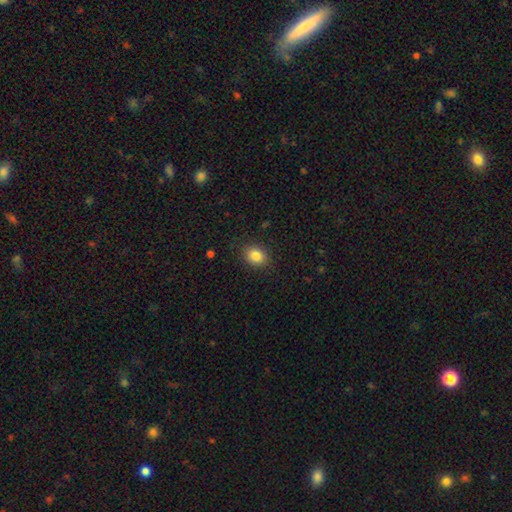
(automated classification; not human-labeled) smooth_or_featured: smooth (p=0.86) [alt: star or artifact p=0.09]
how_rounded: in between (p=0.56) [alt: round p=0.43]
merging: none (p=0.86) [alt: minor disturbance p=0.10]